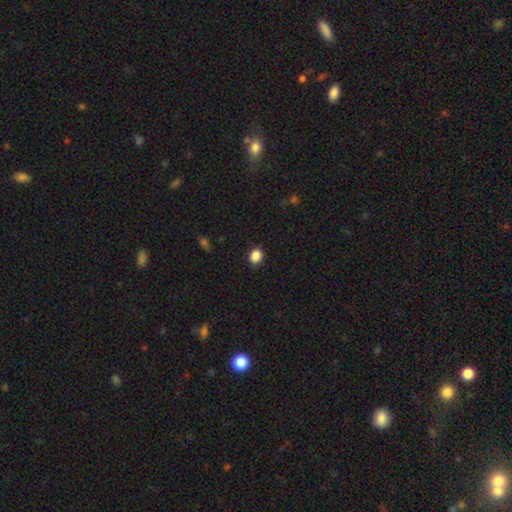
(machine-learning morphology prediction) Smooth or featured: smooth — 87% (star or artifact — 10%)
How rounded: in between — 50% (round — 49%)
Merging: none — 86% (minor disturbance — 10%)